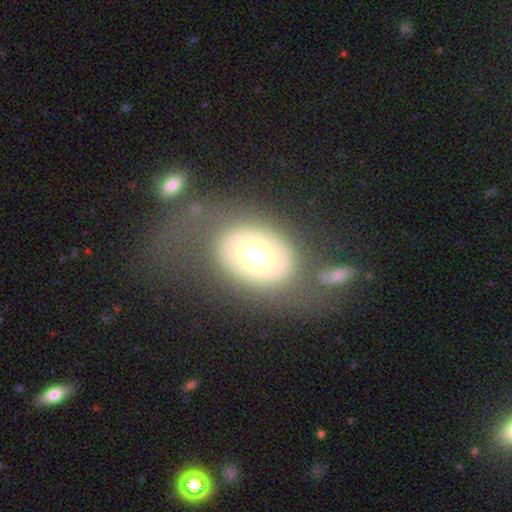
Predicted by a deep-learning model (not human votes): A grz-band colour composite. It shows a featured or disk galaxy (51%). Merging: none (61%).